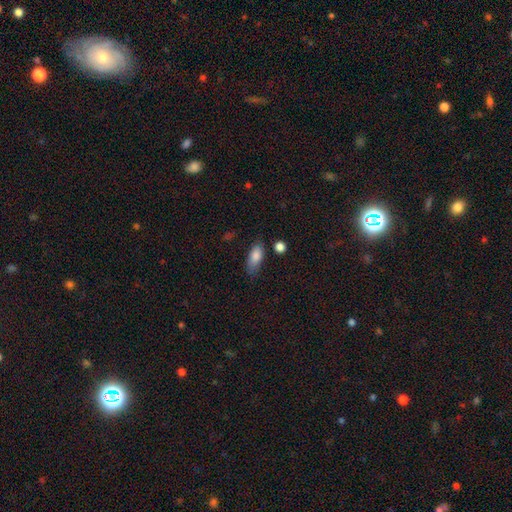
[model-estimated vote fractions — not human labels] smooth 84%, featured or disk 9%, star or artifact 7%. Down the decision tree: how rounded — in between (82%); merging — none (66%).